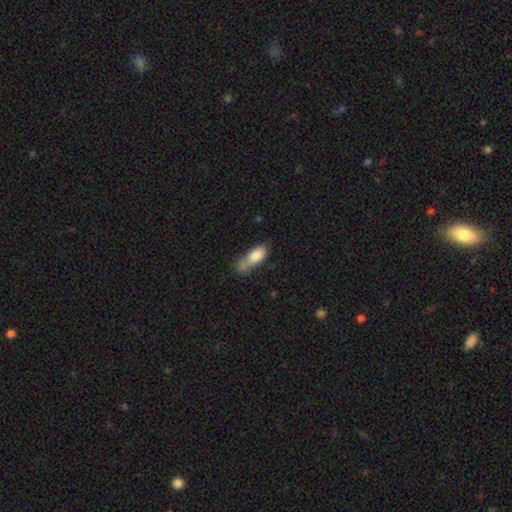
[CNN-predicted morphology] type=smooth (78%); roundness=in between (79%); merging=merger (32%).